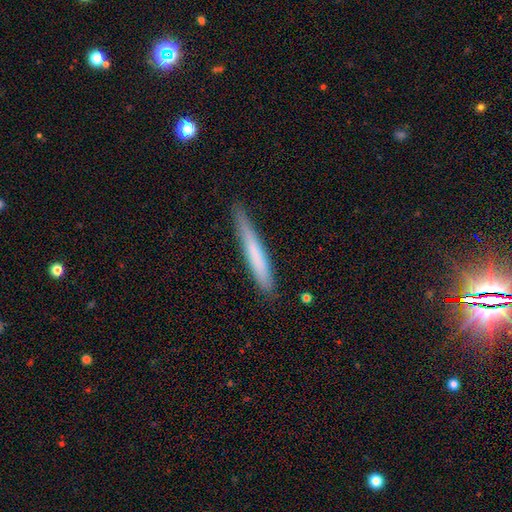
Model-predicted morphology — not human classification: smooth 68%, featured or disk 26%, star or artifact 6%. Down the decision tree: how rounded — cigar-shaped (96%); merging — none (83%).